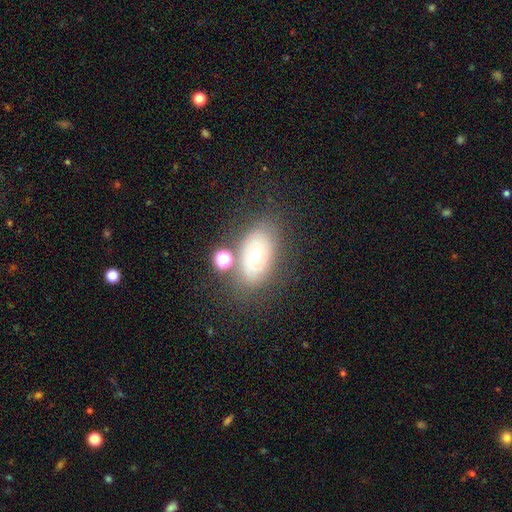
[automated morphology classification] Smooth or featured? Predicted: smooth (p=0.44). Merging? Predicted: none (p=0.64).